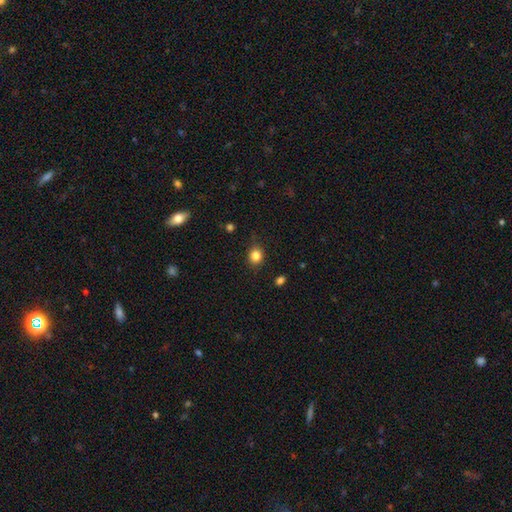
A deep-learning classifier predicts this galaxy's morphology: Smooth or featured: smooth — 83% (star or artifact — 12%)
How rounded: round — 78% (in between — 21%)
Merging: none — 84% (minor disturbance — 12%)